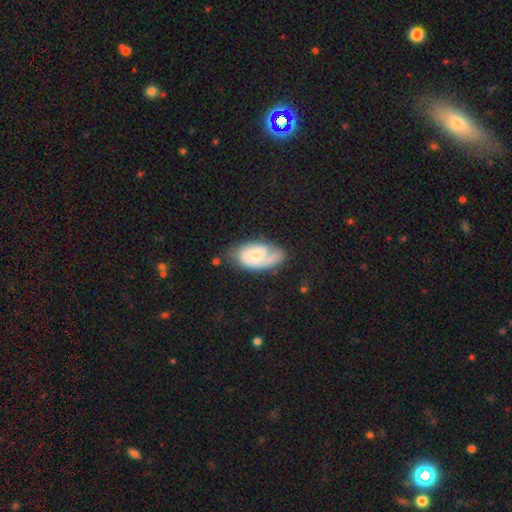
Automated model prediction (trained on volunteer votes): Smooth or featured? Predicted: featured or disk (p=0.62). Edge-on disk? Predicted: no (p=0.95). Bar? Predicted: no (p=0.58). Spiral arms? Predicted: yes (p=0.87). Spiral winding? Predicted: tight (p=0.48). Spiral arm count? Predicted: 1 (p=0.44). Bulge size? Predicted: small (p=0.47). Merging? Predicted: none (p=0.56).